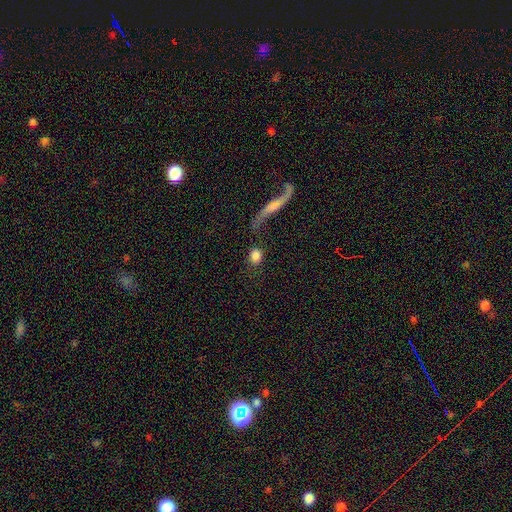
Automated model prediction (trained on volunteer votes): Morphology: type=smooth (82%); roundness=round (68%); merging=none (69%).